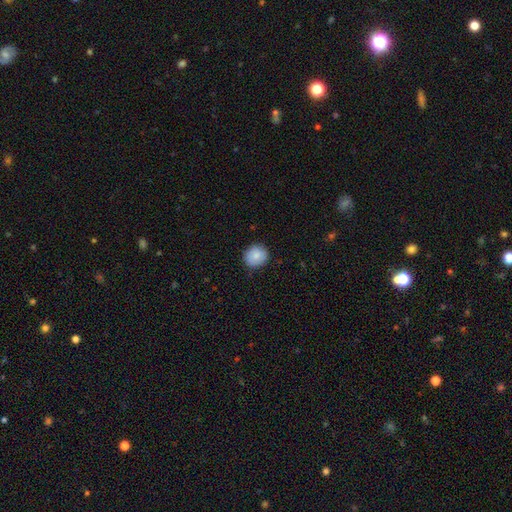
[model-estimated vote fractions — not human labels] This appears to be a smooth galaxy with no disk features (86%) that is round (84%). Merging: none (84%).